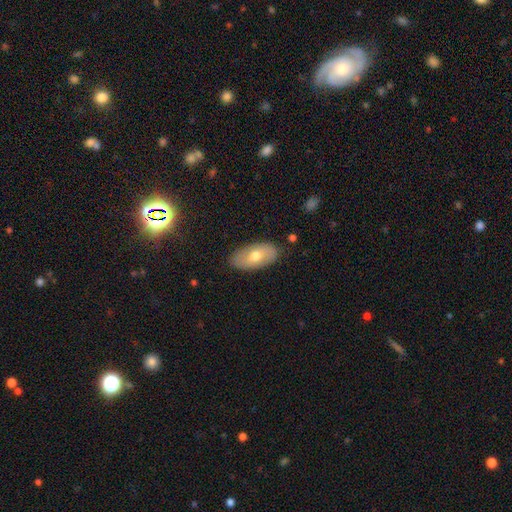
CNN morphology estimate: smooth 62%, featured or disk 32%, star or artifact 7%. Down the decision tree: how rounded — in between (93%); merging — none (84%).